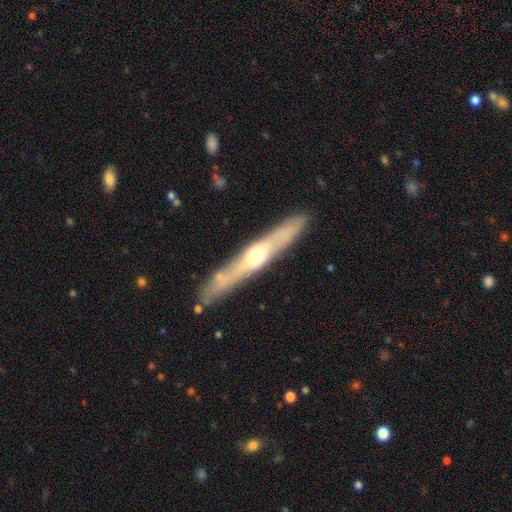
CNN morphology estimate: Smooth or featured? featured or disk (61%)
Edge-on disk? yes (90%)
Edge-on bulge? rounded (88%)
Merging? none (86%)